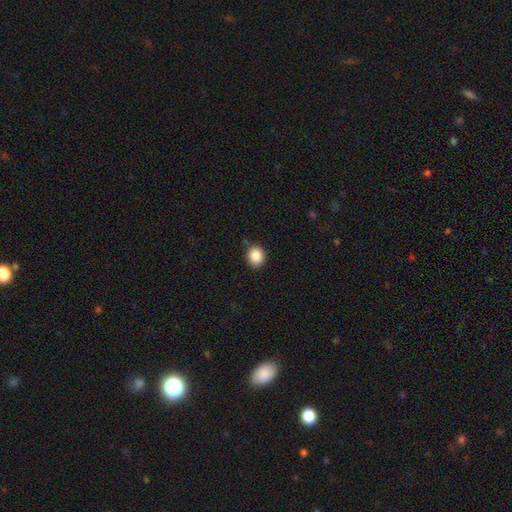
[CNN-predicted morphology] type=smooth (87%); roundness=round (65%); merging=none (86%).